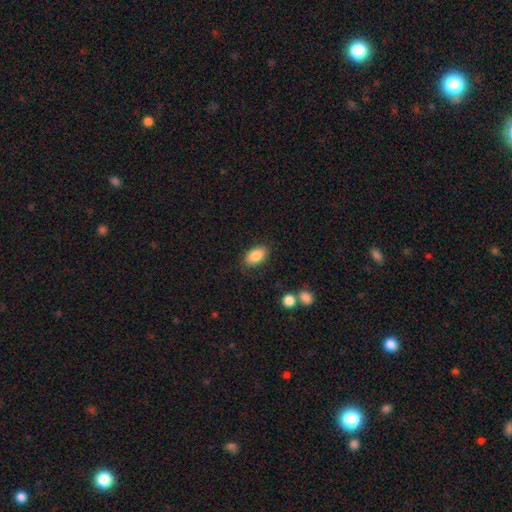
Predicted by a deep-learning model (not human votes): Morphology: type=smooth (87%); roundness=in between (91%); merging=none (84%).